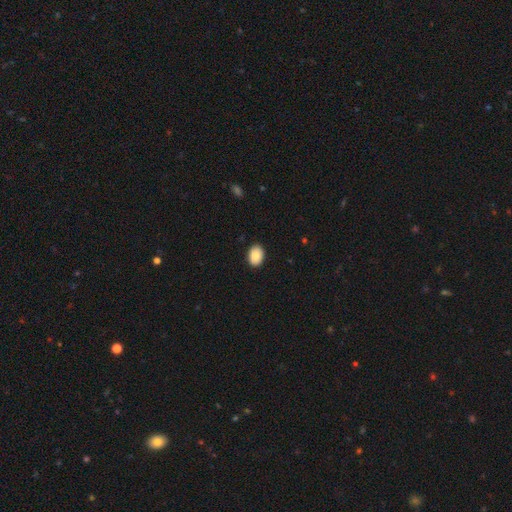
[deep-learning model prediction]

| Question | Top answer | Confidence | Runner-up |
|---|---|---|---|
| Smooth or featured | smooth | 87% | star or artifact (7%) |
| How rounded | in between | 81% | round (18%) |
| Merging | none | 88% | minor disturbance (9%) |